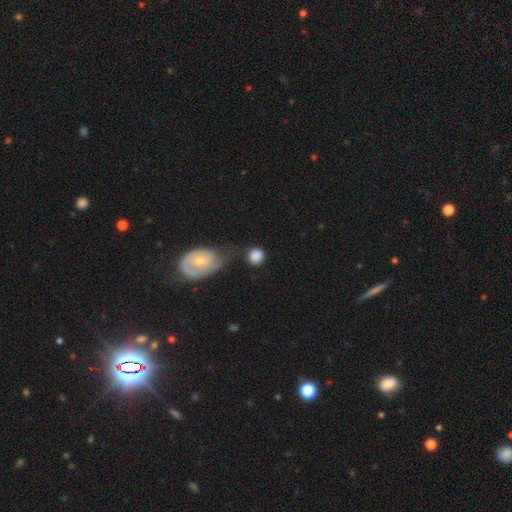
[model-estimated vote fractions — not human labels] Smooth or featured: smooth — 83% (featured or disk — 10%)
How rounded: round — 82% (in between — 17%)
Merging: none — 60% (minor disturbance — 17%)